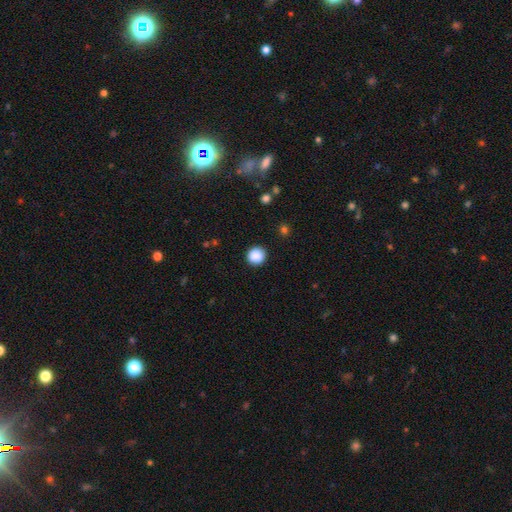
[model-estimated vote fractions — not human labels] Smooth or featured?
  - smooth: 88% *
  - star or artifact: 9%
  - featured or disk: 3%
How rounded?
  - round: 94% *
  - in between: 5%
  - cigar-shaped: 1%
Merging?
  - none: 91% *
  - minor disturbance: 6%
  - major disturbance: 2%
  - merger: 1%